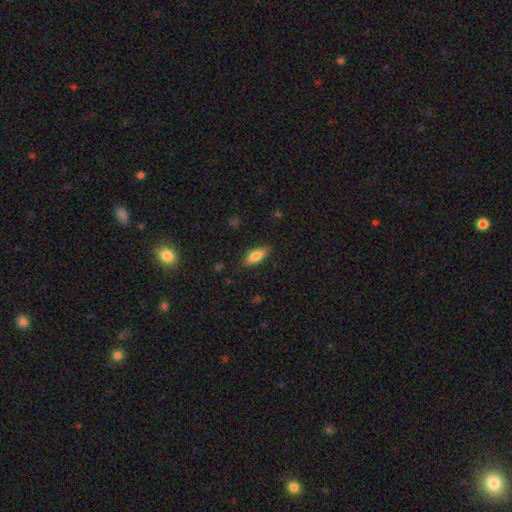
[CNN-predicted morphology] smooth 76%, featured or disk 17%, star or artifact 7%. Down the decision tree: how rounded — in between (75%); merging — none (82%).